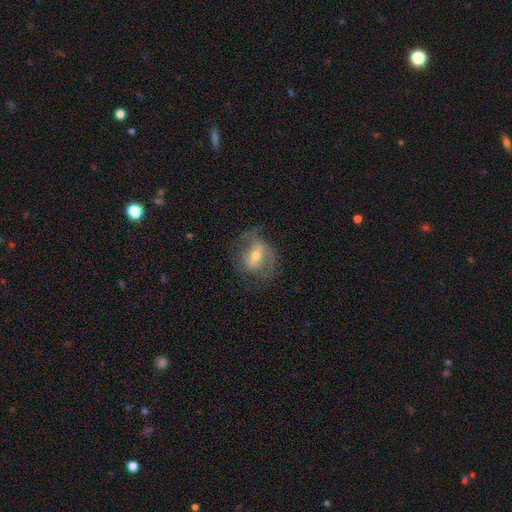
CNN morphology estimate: A featured or disk galaxy (67%) with a weak bar (42%), spiral arms (74%) and a moderate central bulge (58%).

Vote fractions:
- Smooth or featured? featured or disk: 67% / smooth: 25% / star or artifact: 8%
- Edge-on disk? no: 95% / yes: 5%
- Bar? weak: 42% / no: 32% / strong: 26%
- Spiral arms? yes: 74% / no: 26%
- Bulge size? moderate: 58% / small: 36% / large: 4% / none: 1% / dominant: 1%
- Merging? none: 57% / minor disturbance: 22% / major disturbance: 20% / merger: 1%